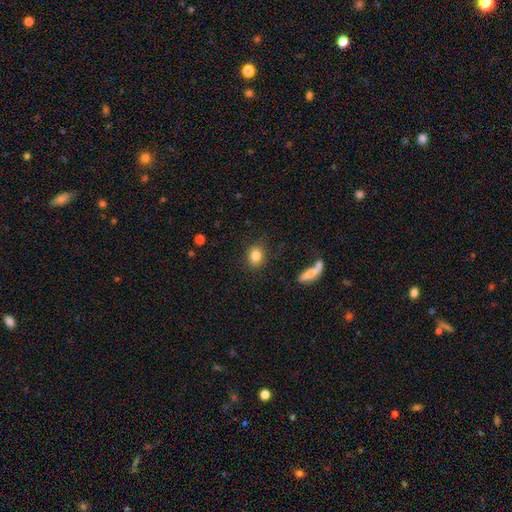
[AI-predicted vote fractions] The model was most divided on "how rounded": round: 50%, in between: 48%, cigar-shaped: 2%. More confident: merging — none (86%); smooth or featured — smooth (83%).